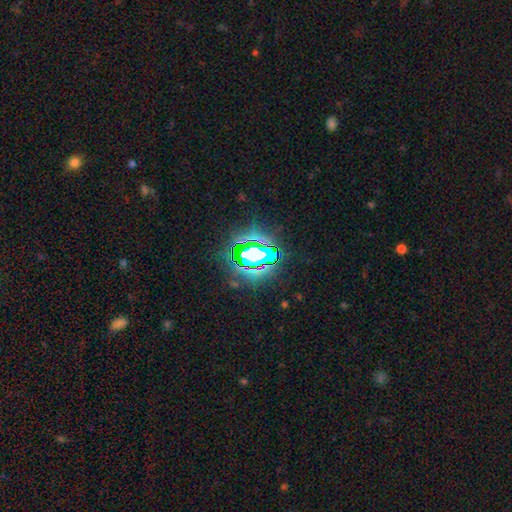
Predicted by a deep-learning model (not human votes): This appears to be a star or artifact, not a galaxy (80%).